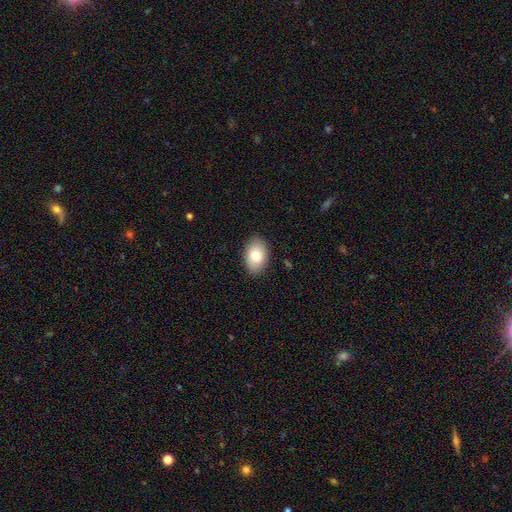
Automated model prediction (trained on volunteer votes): A smooth galaxy with no disk features (82%) that is in between round and cigar-shaped (88%). Merging: none (87%).